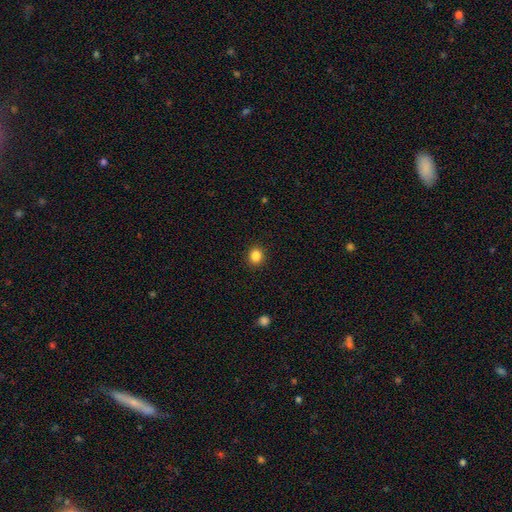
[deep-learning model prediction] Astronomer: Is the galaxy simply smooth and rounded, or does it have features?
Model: smooth — 85%.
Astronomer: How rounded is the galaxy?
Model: round — 79%.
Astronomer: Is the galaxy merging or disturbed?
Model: none — 91%.